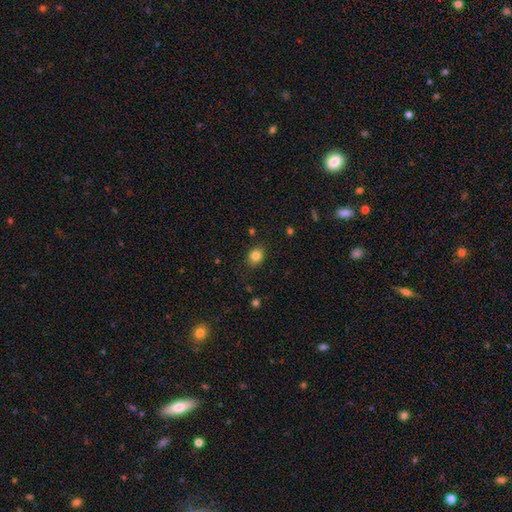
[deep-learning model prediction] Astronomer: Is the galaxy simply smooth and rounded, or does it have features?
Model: smooth — 83%.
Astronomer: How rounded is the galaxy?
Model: round — 58% (runner-up: in between, 41%).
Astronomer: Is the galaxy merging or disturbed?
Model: none — 85%.